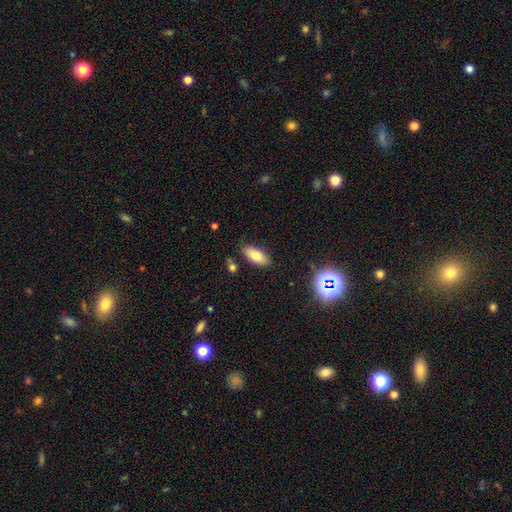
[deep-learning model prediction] Overall: smooth (76%). How rounded: in between (84%). Merging: none (82%).